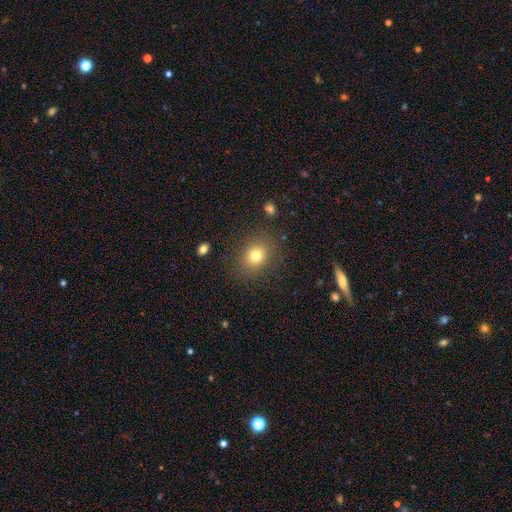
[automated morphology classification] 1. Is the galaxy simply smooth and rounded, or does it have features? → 78% smooth, 13% star or artifact, 10% featured or disk.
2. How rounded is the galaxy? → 63% round, 36% in between, 1% cigar-shaped.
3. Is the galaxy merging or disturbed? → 83% none, 10% minor disturbance, 5% major disturbance, 2% merger.